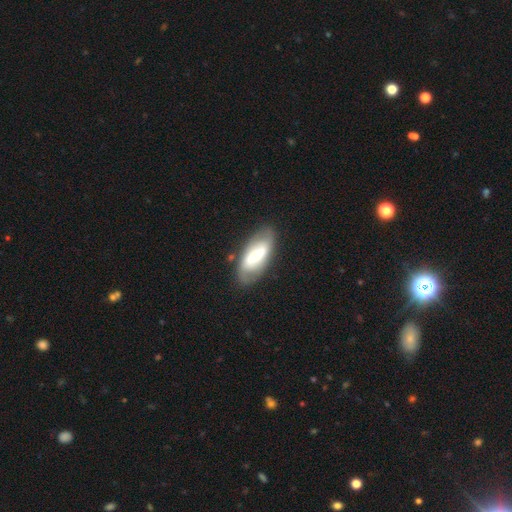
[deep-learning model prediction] Smooth or featured? Predicted: featured or disk (p=0.53). Edge-on disk? Predicted: no (p=0.86). Merging? Predicted: none (p=0.76).